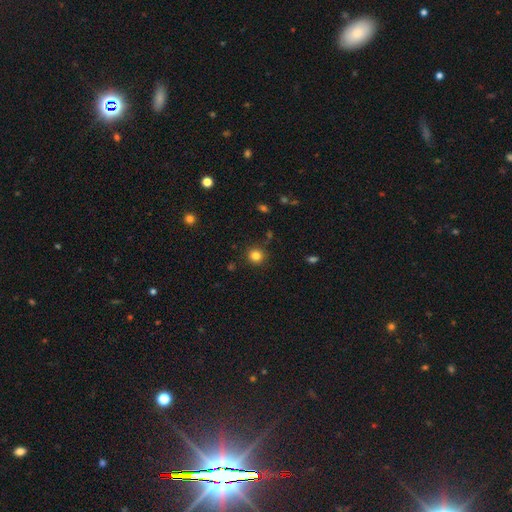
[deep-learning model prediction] Smooth or featured? Predicted: smooth (p=0.82). How rounded? Predicted: round (p=0.93). Merging? Predicted: none (p=0.89).